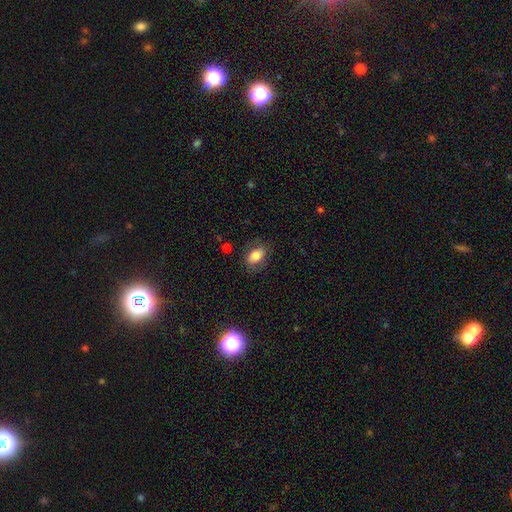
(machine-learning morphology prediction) This appears to be a smooth galaxy with no disk features (78%) that is in between round and cigar-shaped (85%). Merging: none (78%).